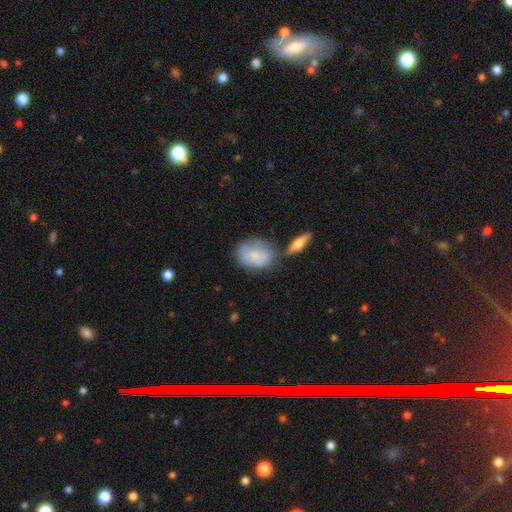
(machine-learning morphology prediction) smooth_or_featured: smooth (p=0.71) [alt: featured or disk p=0.22]
how_rounded: in between (p=0.66) [alt: round p=0.32]
merging: none (p=0.53) [alt: minor disturbance p=0.24]